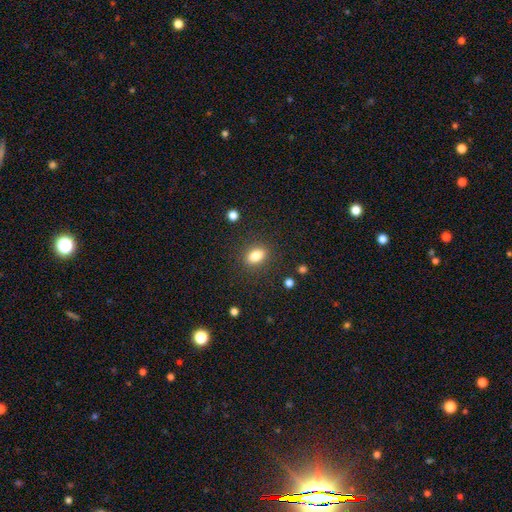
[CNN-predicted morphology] smooth-or-featured: smooth: 84% | star or artifact: 10% | featured or disk: 6%
  how-rounded: in between: 77% | round: 21% | cigar-shaped: 2%
  merging: none: 86% | minor disturbance: 9% | major disturbance: 3% | merger: 1%